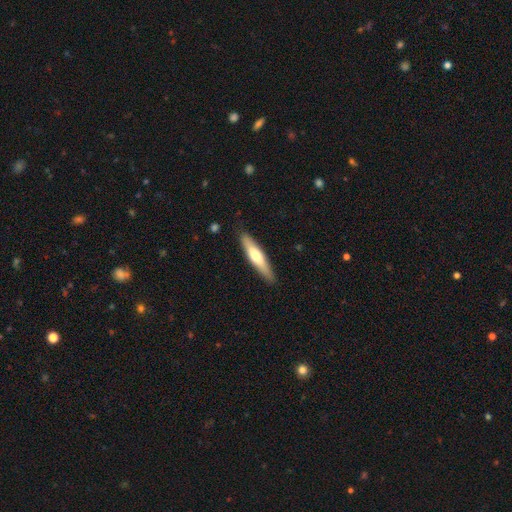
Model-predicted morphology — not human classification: A smooth galaxy with no disk features (54%) that is cigar-shaped (82%).

Vote fractions:
- Smooth or featured? smooth: 54% / featured or disk: 41% / star or artifact: 5%
- How rounded? cigar-shaped: 82% / in between: 16% / round: 1%
- Merging? none: 87% / minor disturbance: 10% / major disturbance: 2% / merger: 1%